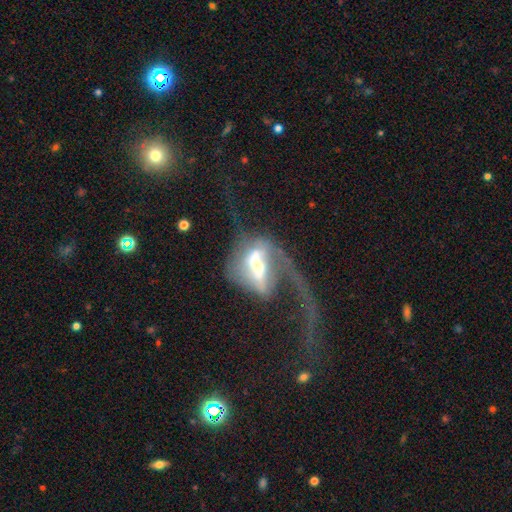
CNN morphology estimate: Smooth or featured: featured or disk — 68% (smooth — 23%)
Edge-on disk: no — 92% (yes — 8%)
Bar: strong — 34% (tied with weak — 34%)
Spiral arms: yes — 61% (no — 39%)
Bulge size: moderate — 43% (small — 25%)
Merging: major disturbance — 59% (merger — 15%)